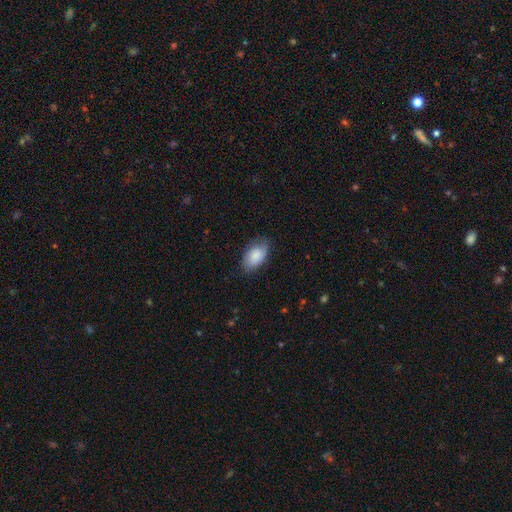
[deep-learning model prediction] Morphology: type=smooth (77%); roundness=in between (92%); merging=none (71%).